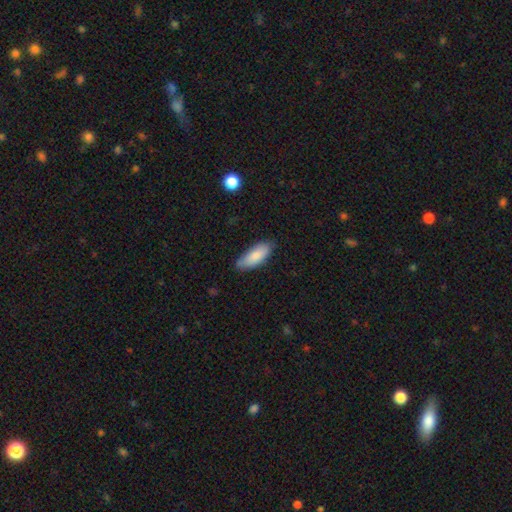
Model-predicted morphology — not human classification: Overall: smooth (85%). How rounded: in between (80%). Merging: none (78%).